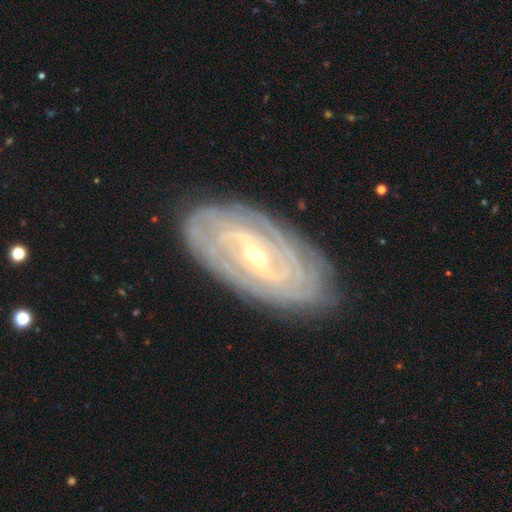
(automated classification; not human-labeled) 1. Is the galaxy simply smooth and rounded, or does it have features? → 88% featured or disk, 7% smooth, 5% star or artifact.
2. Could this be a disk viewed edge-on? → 94% no, 6% yes.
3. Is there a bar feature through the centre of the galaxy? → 43% weak, 37% strong, 20% no.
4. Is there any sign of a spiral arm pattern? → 96% yes, 4% no.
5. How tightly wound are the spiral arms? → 76% tight, 20% medium, 5% loose.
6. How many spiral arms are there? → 30% can't tell, 27% 2, 15% 3, 14% 4, 8% more than 4, 6% 1.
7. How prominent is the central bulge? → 61% small, 36% moderate, 1% large, 1% none, 1% dominant.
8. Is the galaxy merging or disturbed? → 84% none, 12% minor disturbance, 3% major disturbance, 1% merger.